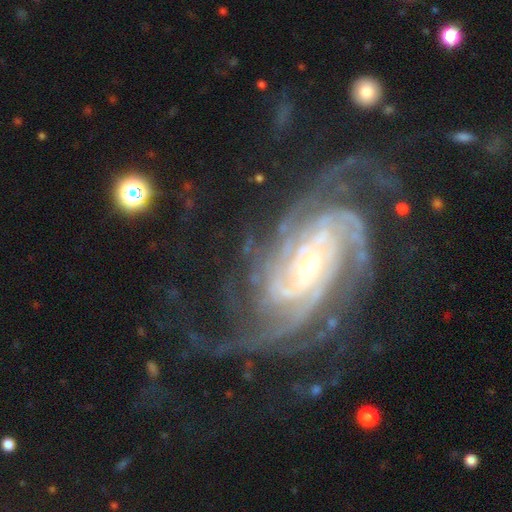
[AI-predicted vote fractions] This appears to be a featured or disk galaxy (93%) with no bar (39%), 4 (31%) tight (68%) spiral arms (99%) and a small central bulge (49%). Merging: none (69%).